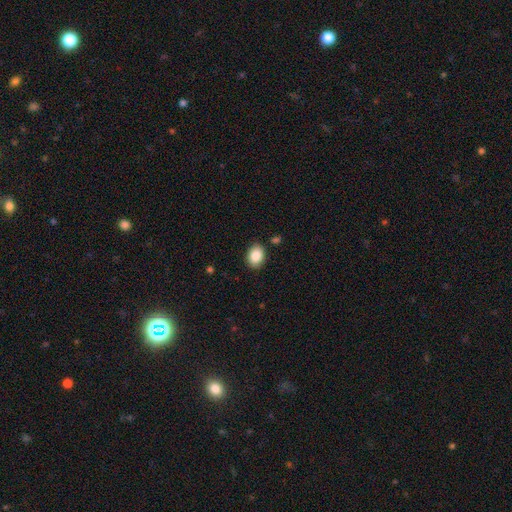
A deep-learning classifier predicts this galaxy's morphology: smooth_or_featured: smooth (p=0.87) [alt: star or artifact p=0.08]
how_rounded: in between (p=0.70) [alt: round p=0.29]
merging: none (p=0.87) [alt: minor disturbance p=0.09]